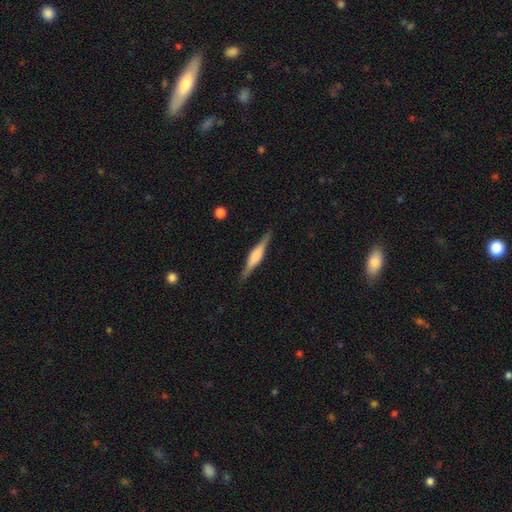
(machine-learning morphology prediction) Smooth or featured: featured or disk — 69% (smooth — 25%)
Edge-on disk: yes — 98% (no — 2%)
Edge-on bulge: rounded — 57% (boxy — 37%)
Merging: none — 88% (minor disturbance — 8%)